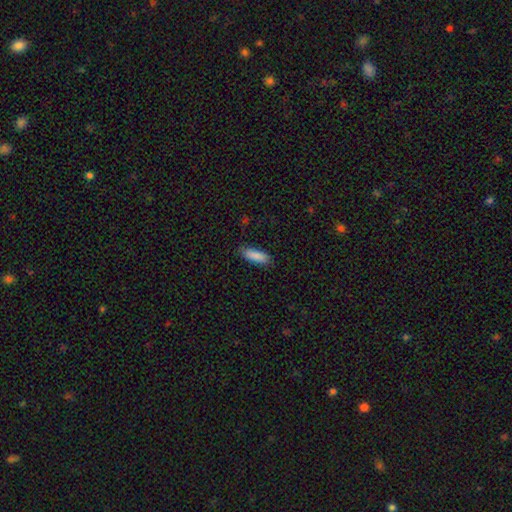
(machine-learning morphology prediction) This is clearly a smooth galaxy (89%). How rounded: possibly in between (60%). Merging: clearly none (85%).